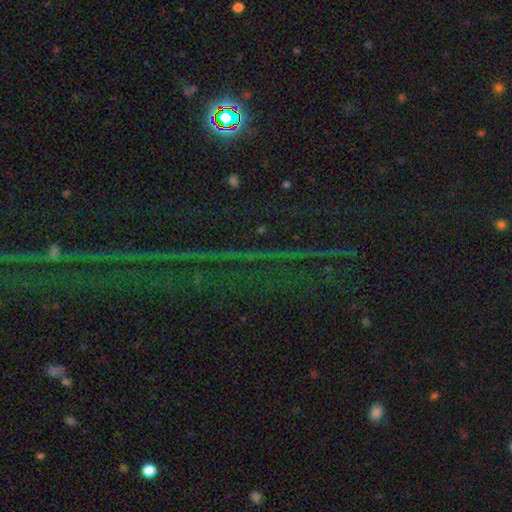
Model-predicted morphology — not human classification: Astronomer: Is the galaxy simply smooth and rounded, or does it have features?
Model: star or artifact — 85%.